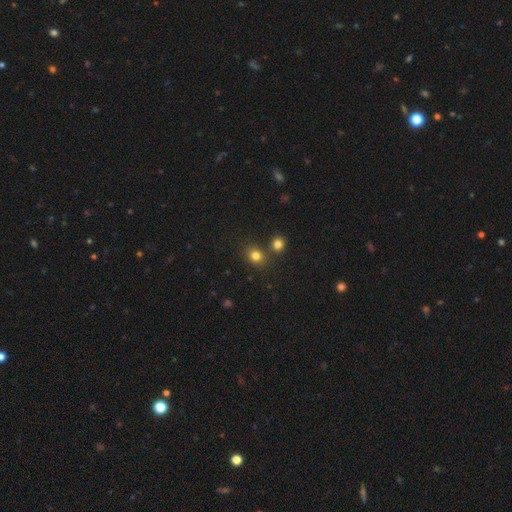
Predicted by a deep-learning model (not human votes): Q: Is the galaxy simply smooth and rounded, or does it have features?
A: smooth — 79%.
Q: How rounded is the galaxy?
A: round — 71%.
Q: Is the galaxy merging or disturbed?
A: none — 71%.